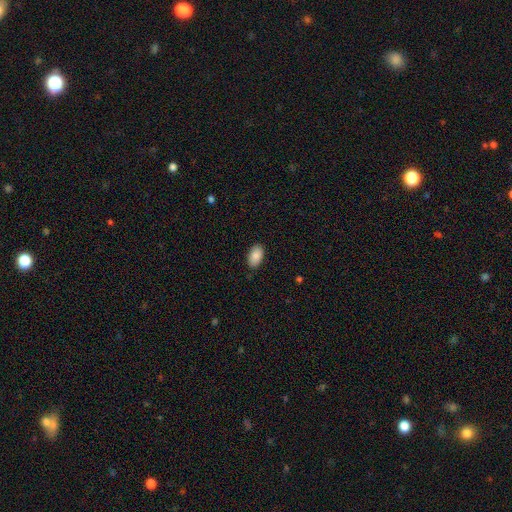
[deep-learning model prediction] Overall: smooth (88%). How rounded: in between (94%). Merging: none (87%).